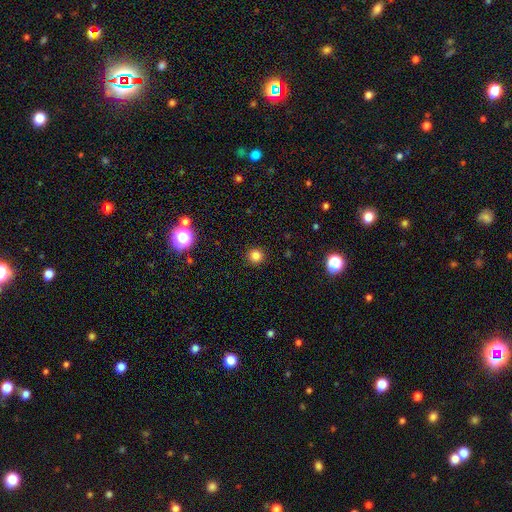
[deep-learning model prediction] A smooth galaxy with no disk features (82%) that is round (95%). Merging: none (92%).